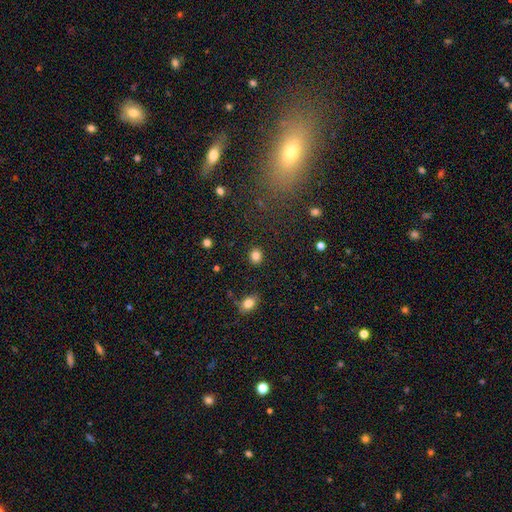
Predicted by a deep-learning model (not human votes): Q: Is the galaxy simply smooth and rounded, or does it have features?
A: smooth — 84%.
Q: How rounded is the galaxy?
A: round — 69%.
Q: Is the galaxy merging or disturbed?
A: none — 89%.